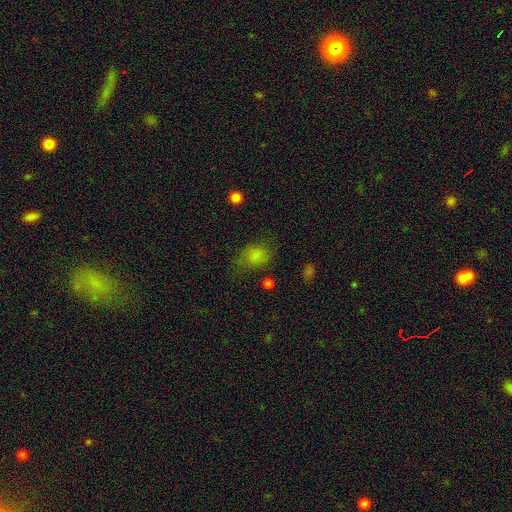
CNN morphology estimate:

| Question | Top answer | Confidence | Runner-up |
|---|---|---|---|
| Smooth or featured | smooth | 78% | star or artifact (13%) |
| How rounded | in between | 63% | round (35%) |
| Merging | none | 58% | minor disturbance (26%) |